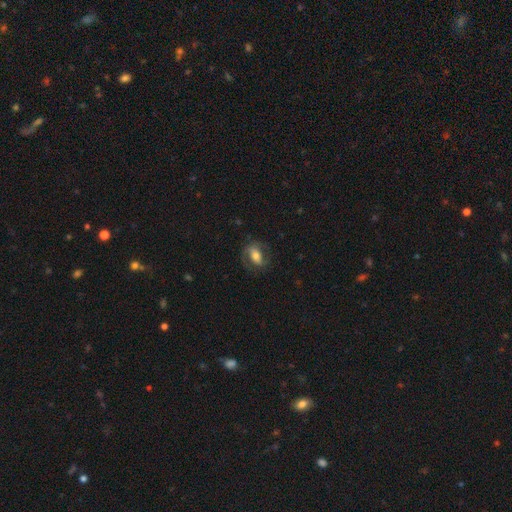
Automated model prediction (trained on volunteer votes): A featured or disk galaxy (51%). Merging: none (66%).